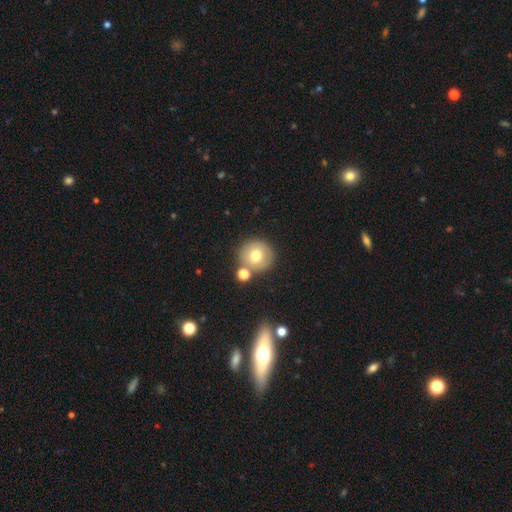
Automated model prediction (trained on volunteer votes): This is likely a smooth galaxy (71%). How rounded: clearly round (93%). Merging: likely none (73%).